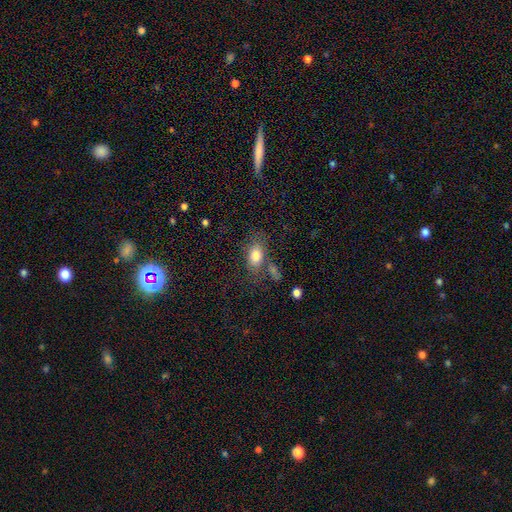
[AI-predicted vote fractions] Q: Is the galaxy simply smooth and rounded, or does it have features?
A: smooth — 78%.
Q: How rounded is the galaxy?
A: in between — 83%.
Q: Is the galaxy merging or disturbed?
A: none — 62%.